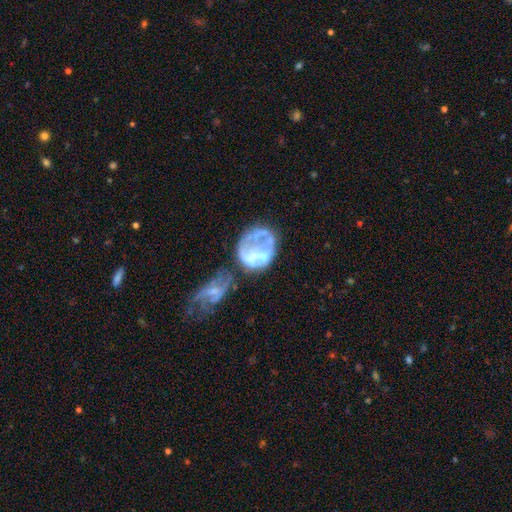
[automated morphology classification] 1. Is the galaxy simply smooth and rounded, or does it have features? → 60% featured or disk, 29% smooth, 11% star or artifact.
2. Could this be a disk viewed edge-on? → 98% no, 2% yes.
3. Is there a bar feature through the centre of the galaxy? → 71% no, 18% weak, 11% strong.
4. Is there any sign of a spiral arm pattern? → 76% no, 24% yes.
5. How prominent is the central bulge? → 61% none, 16% moderate, 13% small, 7% large, 2% dominant.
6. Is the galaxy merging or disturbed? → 34% major disturbance, 28% merger, 22% none, 15% minor disturbance.